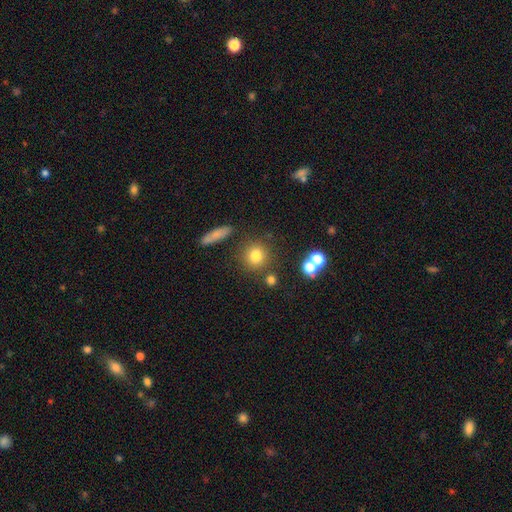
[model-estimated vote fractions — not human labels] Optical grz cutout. It shows a smooth galaxy with no disk features (77%) that is round (88%). Merging: none (80%).